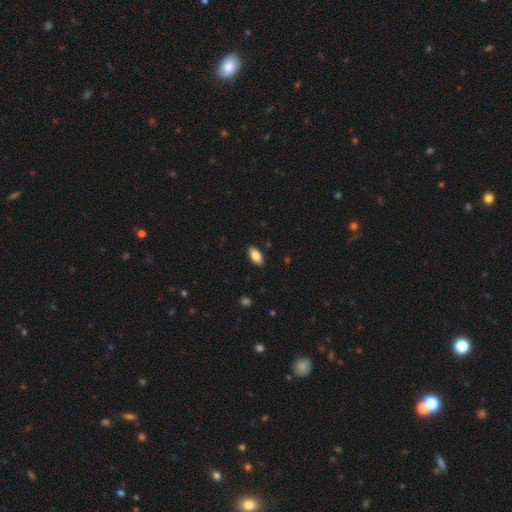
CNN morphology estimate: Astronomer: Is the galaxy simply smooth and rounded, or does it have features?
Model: smooth — 83%.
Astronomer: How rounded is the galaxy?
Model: in between — 92%.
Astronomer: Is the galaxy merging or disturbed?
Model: none — 89%.